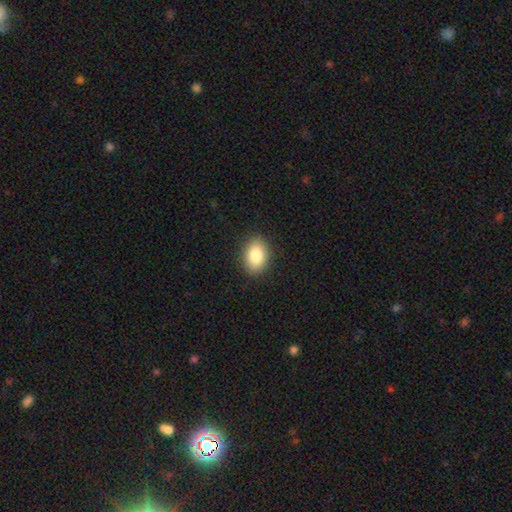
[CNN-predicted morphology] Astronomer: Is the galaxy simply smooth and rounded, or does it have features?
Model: smooth — 86%.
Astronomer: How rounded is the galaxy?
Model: in between — 83%.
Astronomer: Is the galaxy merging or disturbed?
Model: none — 89%.